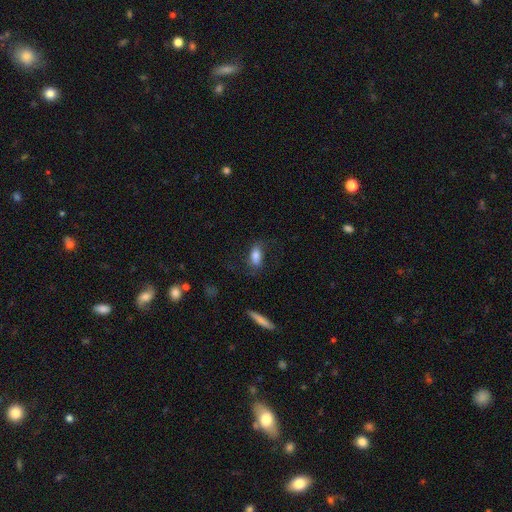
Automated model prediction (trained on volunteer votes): The model was most divided on "merging": none: 67%, minor disturbance: 19%, major disturbance: 11%, merger: 2%. More confident: how rounded — in between (82%); smooth or featured — smooth (79%).